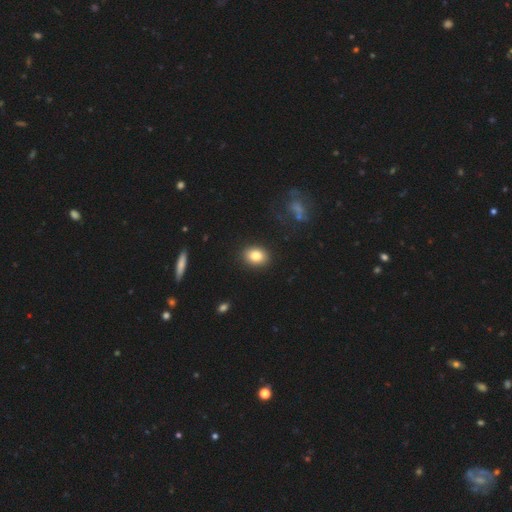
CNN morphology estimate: Smooth or featured? Predicted: smooth (p=0.84). How rounded? Predicted: in between (p=0.67). Merging? Predicted: none (p=0.89).